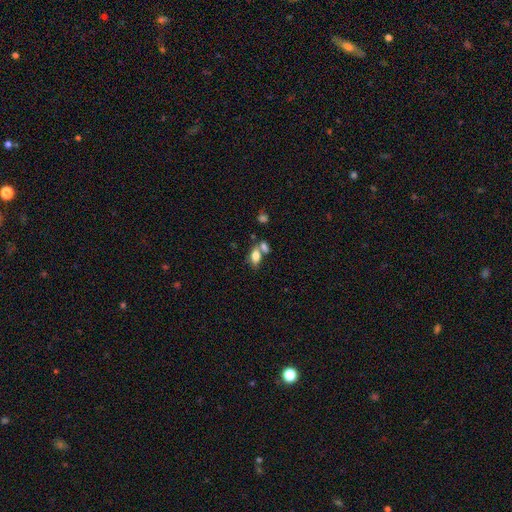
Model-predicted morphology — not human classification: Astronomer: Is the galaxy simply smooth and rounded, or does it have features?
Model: smooth — 73%.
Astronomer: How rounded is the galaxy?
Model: in between — 85%.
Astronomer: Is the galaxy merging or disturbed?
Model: none — 46% (runner-up: merger, 36%).